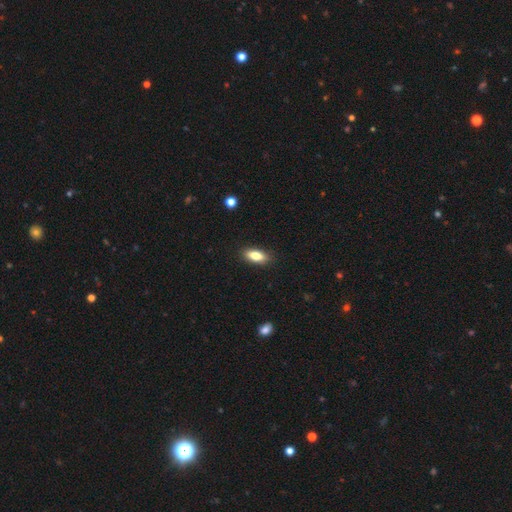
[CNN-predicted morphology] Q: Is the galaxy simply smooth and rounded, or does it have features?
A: smooth — 82%.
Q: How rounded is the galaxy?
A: in between — 79%.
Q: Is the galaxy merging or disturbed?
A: none — 87%.